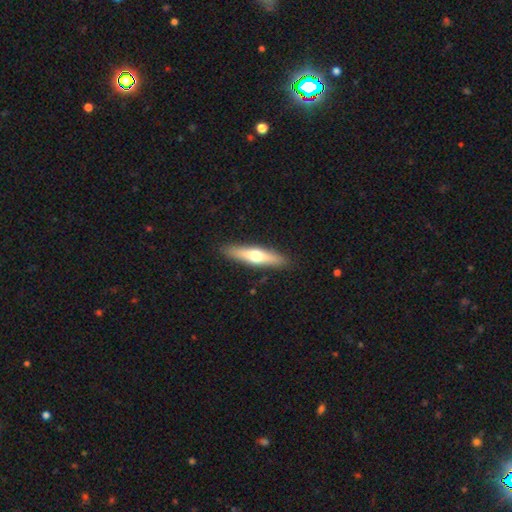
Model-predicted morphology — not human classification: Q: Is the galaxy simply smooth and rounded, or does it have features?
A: smooth — 52%.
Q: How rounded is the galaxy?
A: cigar-shaped — 80%.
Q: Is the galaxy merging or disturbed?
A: none — 90%.